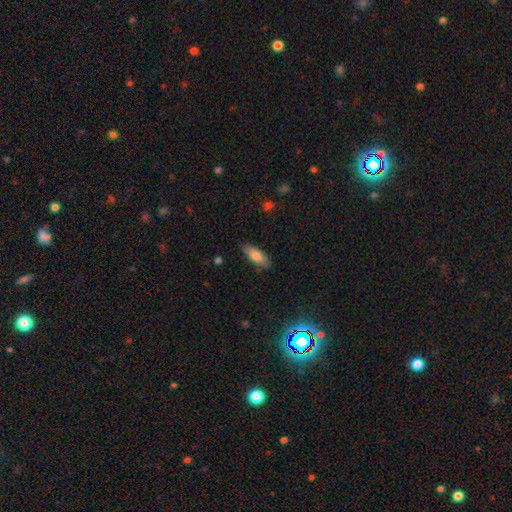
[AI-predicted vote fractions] This appears to be a smooth galaxy with no disk features (78%) that is in between round and cigar-shaped (69%). Merging: none (83%).